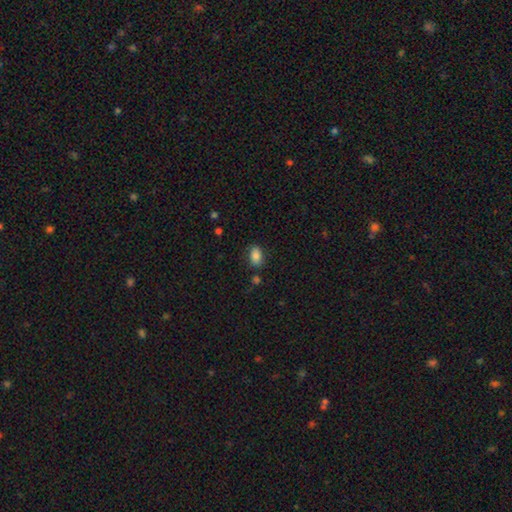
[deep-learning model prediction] The model was most divided on "merging": none: 80%, minor disturbance: 13%, merger: 4%, major disturbance: 3%. More confident: how rounded — in between (89%); smooth or featured — smooth (84%).